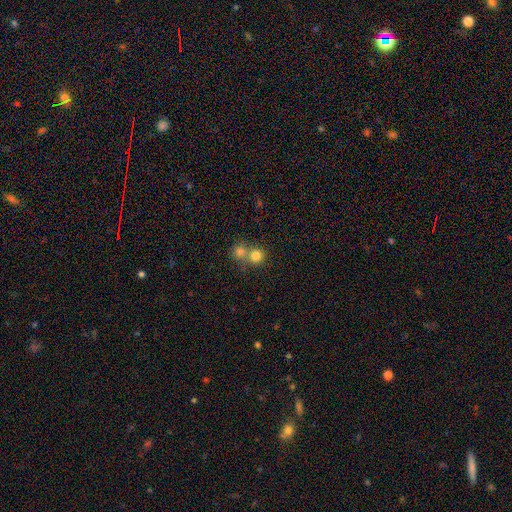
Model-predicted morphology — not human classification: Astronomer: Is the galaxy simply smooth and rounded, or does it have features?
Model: smooth — 78%.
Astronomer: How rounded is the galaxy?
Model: round — 88%.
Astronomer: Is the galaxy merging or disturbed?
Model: merger — 49% (runner-up: none, 44%).